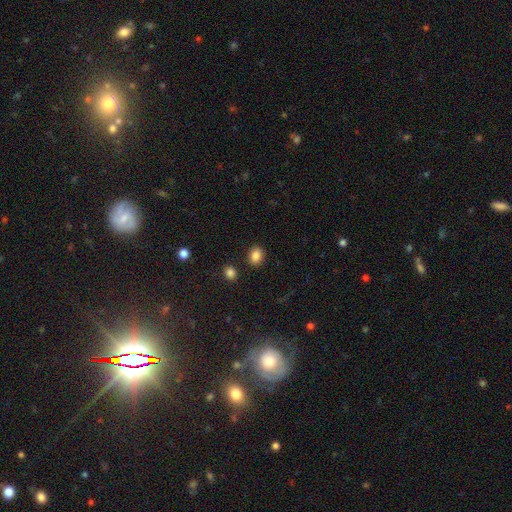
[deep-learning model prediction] Smooth or featured? Predicted: smooth (p=0.85). How rounded? Predicted: in between (p=0.60). Merging? Predicted: none (p=0.85).